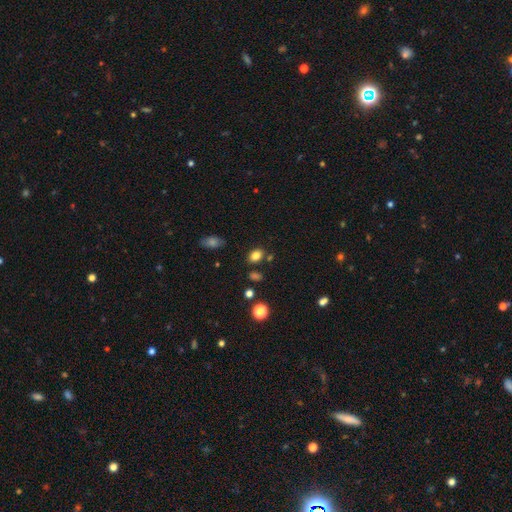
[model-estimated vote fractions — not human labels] Smooth or featured?
  - smooth: 82% *
  - star or artifact: 12%
  - featured or disk: 6%
How rounded?
  - in between: 76% *
  - round: 23%
  - cigar-shaped: 1%
Merging?
  - none: 79% *
  - minor disturbance: 12%
  - merger: 6%
  - major disturbance: 3%